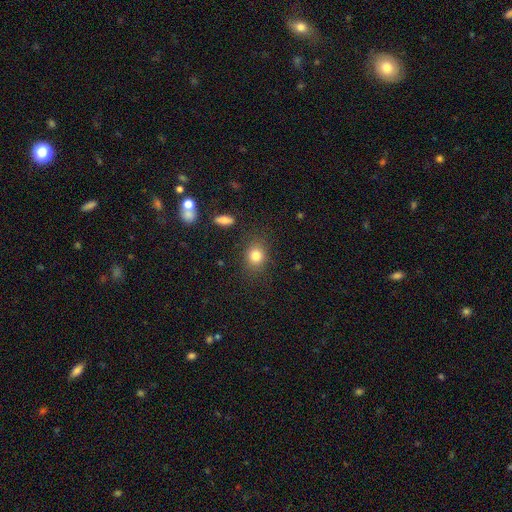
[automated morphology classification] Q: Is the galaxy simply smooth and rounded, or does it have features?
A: smooth — 81%.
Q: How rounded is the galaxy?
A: round — 63%.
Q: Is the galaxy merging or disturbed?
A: none — 83%.